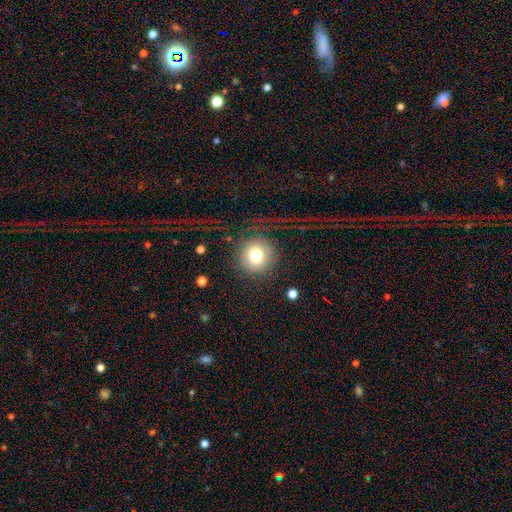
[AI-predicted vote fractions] smooth-or-featured: smooth: 73% | featured or disk: 16% | star or artifact: 11%
  how-rounded: round: 93% | in between: 6% | cigar-shaped: 1%
  merging: none: 71% | major disturbance: 17% | minor disturbance: 11% | merger: 2%